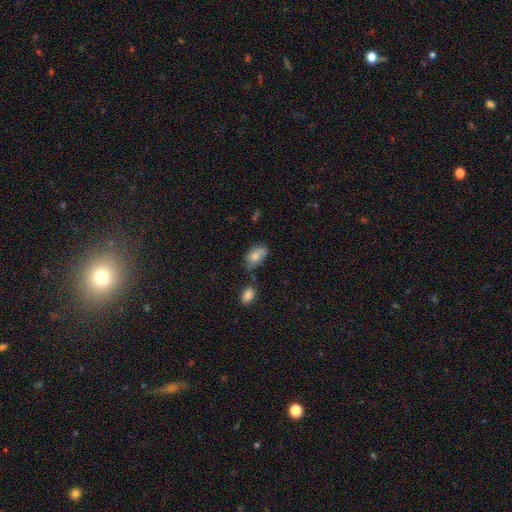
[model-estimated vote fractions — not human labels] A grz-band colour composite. It shows a smooth galaxy with no disk features (78%) that is in between round and cigar-shaped (90%). Merging: none (50%).